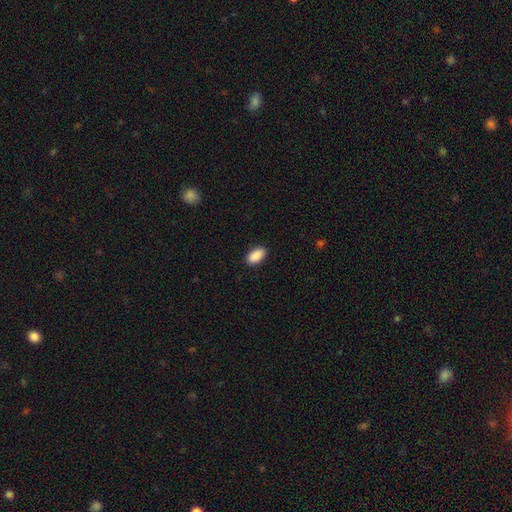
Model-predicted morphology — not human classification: smooth 90%, star or artifact 7%, featured or disk 3%. Down the decision tree: how rounded — in between (93%); merging — none (89%).